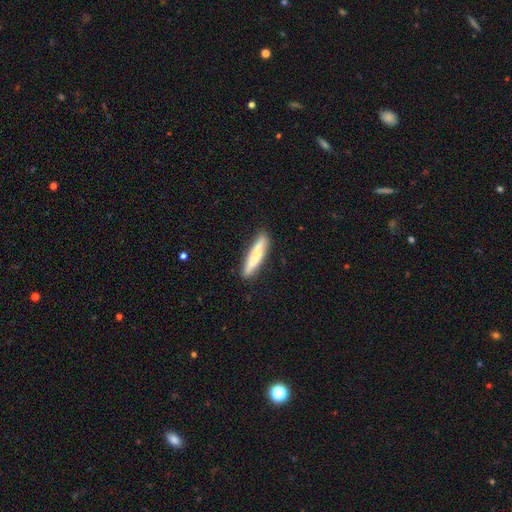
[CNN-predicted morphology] type=smooth (60%); roundness=cigar-shaped (88%); merging=none (86%).